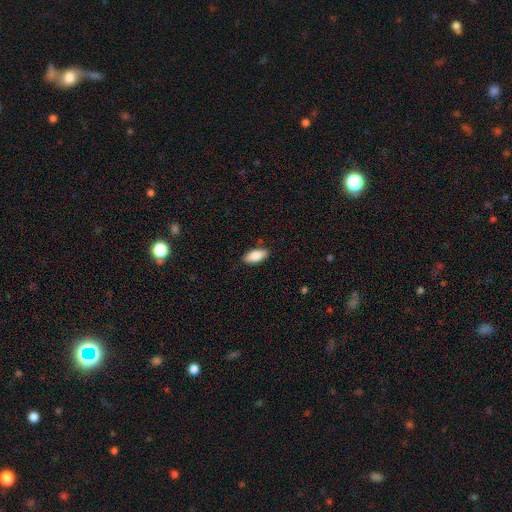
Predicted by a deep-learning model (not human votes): smooth_or_featured: smooth (p=0.86) [alt: featured or disk p=0.08]
how_rounded: in between (p=0.87) [alt: cigar-shaped p=0.11]
merging: none (p=0.86) [alt: minor disturbance p=0.10]